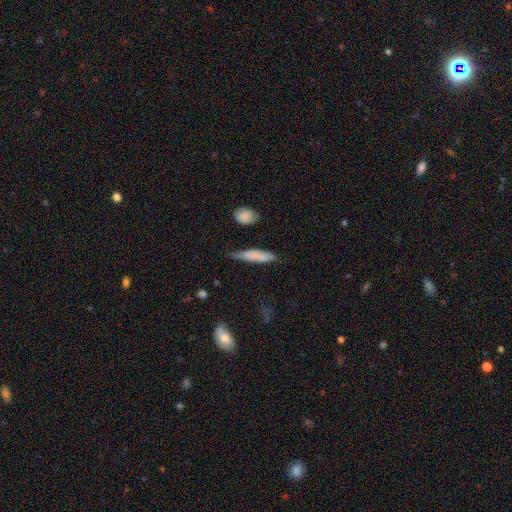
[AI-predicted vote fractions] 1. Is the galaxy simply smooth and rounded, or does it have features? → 74% smooth, 19% featured or disk, 7% star or artifact.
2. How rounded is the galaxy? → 78% cigar-shaped, 20% in between, 2% round.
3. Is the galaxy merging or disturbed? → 57% none, 32% minor disturbance, 7% major disturbance, 3% merger.